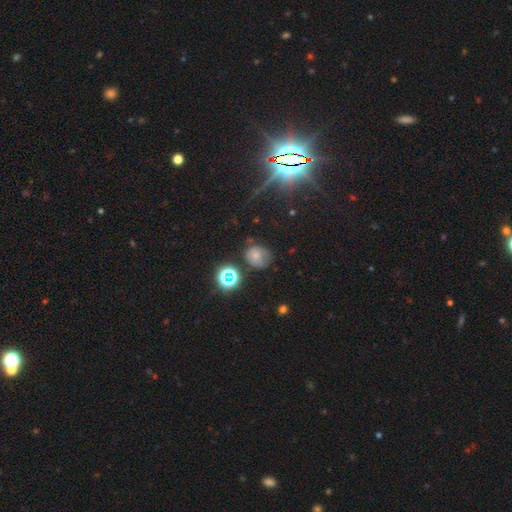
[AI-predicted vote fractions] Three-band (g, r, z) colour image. It shows a smooth galaxy with no disk features (61%) that is round (68%). Merging: none (61%).